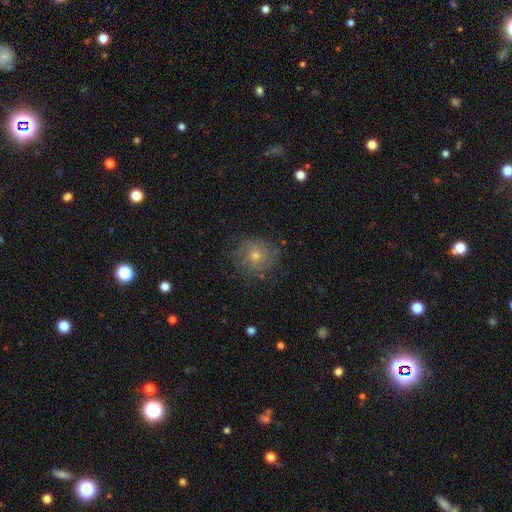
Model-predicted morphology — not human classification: Smooth or featured: smooth — 46% (featured or disk — 37%)
Merging: none — 77% (minor disturbance — 15%)